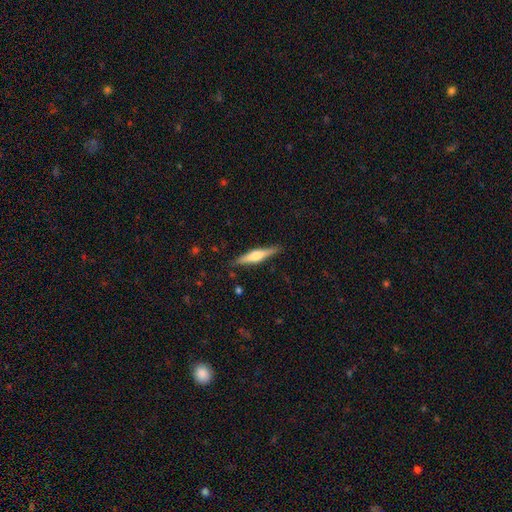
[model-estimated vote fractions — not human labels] A featured or disk galaxy (55%) viewed edge-on (96%) with a rounded central bulge (85%).

Vote fractions:
- Smooth or featured? featured or disk: 55% / smooth: 40% / star or artifact: 6%
- Edge-on disk? yes: 96% / no: 4%
- Edge-on bulge? rounded: 85% / boxy: 10% / none: 5%
- Merging? none: 87% / minor disturbance: 9% / major disturbance: 2% / merger: 1%